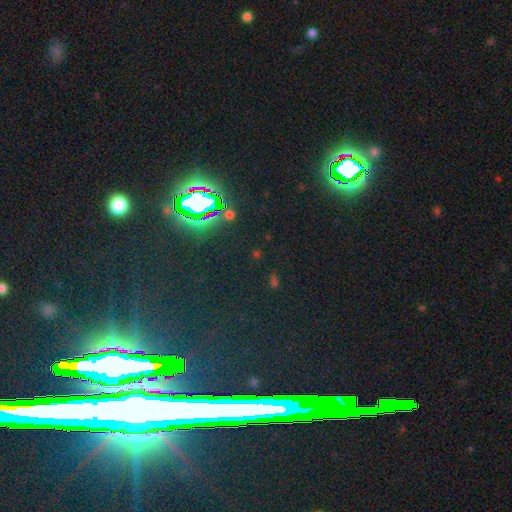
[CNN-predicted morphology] Smooth or featured? star or artifact (76%)